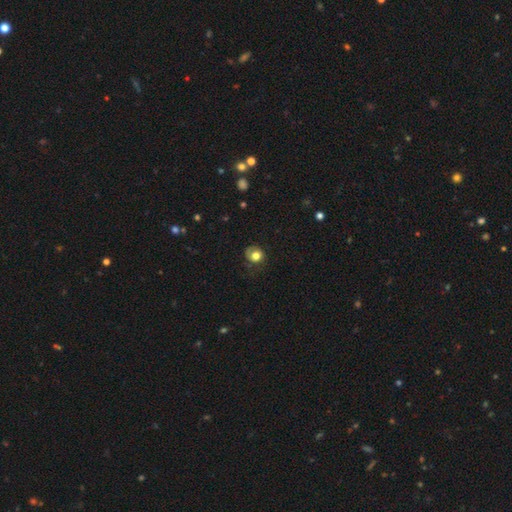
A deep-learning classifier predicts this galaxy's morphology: Smooth or featured? Predicted: smooth (p=0.72). How rounded? Predicted: round (p=0.77). Merging? Predicted: none (p=0.57).